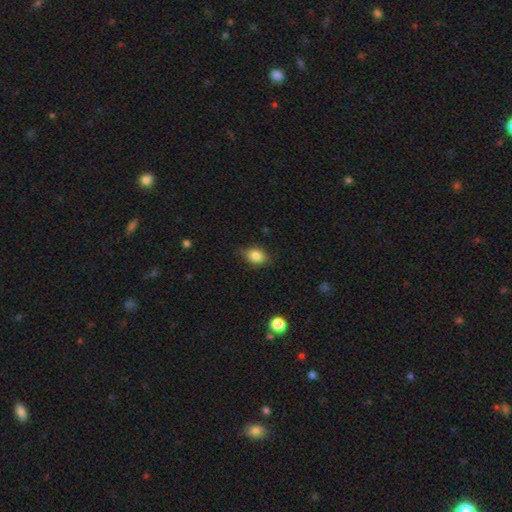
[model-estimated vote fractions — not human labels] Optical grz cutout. It shows a smooth galaxy with no disk features (83%) that is in between round and cigar-shaped (70%). Merging: none (77%).